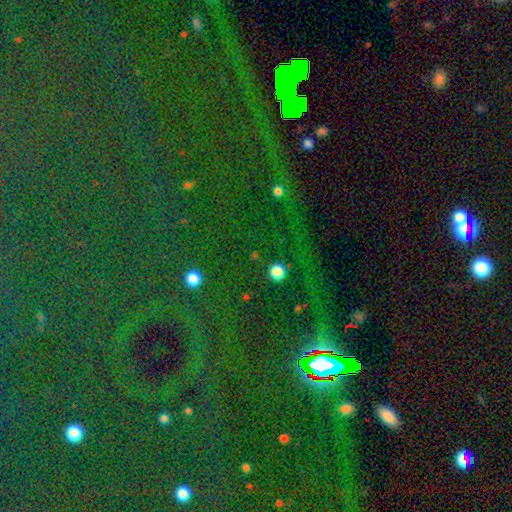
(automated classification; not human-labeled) Smooth or featured? star or artifact (82%)